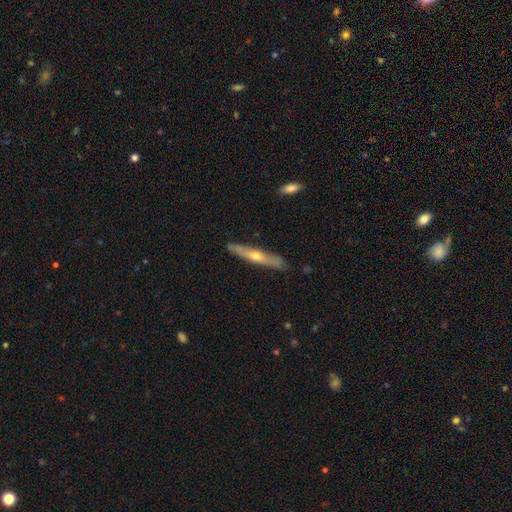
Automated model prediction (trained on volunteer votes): Morphology: type=featured or disk (65%); edge-on=yes (89%); edge-on bulge=rounded (84%); merging=none (87%).